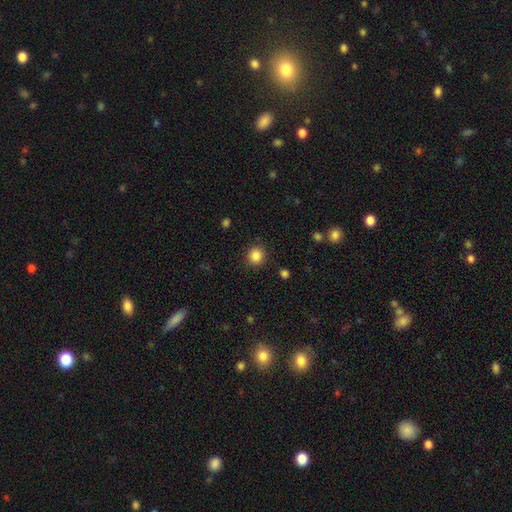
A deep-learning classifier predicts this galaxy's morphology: A smooth galaxy with no disk features (85%) that is round (89%).

Vote fractions:
- Smooth or featured? smooth: 85% / star or artifact: 11% / featured or disk: 4%
- How rounded? round: 89% / in between: 10% / cigar-shaped: 1%
- Merging? none: 89% / minor disturbance: 7% / major disturbance: 3% / merger: 1%